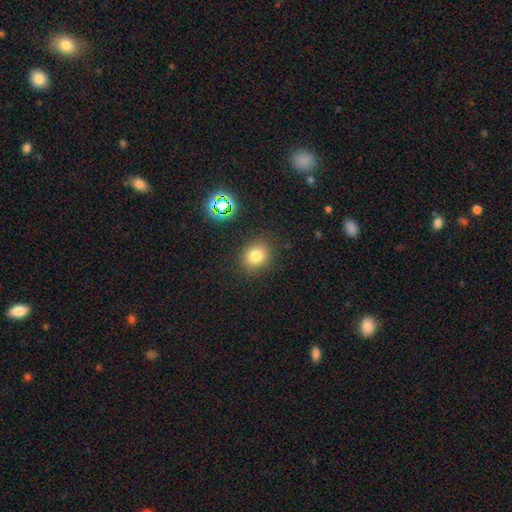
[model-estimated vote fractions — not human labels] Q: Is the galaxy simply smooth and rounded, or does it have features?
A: smooth — 77%.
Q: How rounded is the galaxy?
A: round — 65%.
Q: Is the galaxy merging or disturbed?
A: none — 86%.